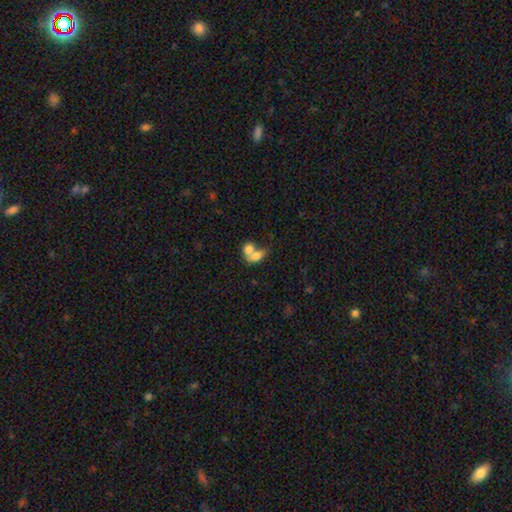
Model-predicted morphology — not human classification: This appears to be a smooth galaxy with no disk features (73%) that is in between round and cigar-shaped (74%). Merging: merger (74%).